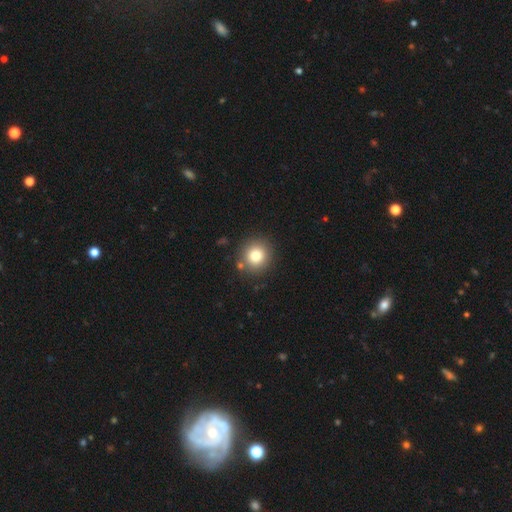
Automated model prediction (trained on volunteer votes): This is likely a smooth galaxy (80%). How rounded: clearly round (89%). Merging: clearly none (85%).